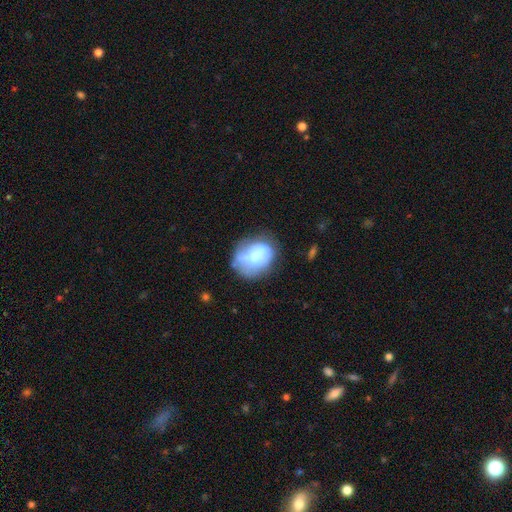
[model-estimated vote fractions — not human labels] A smooth galaxy with no disk features (54%) that is in between round and cigar-shaped (50%).

Vote fractions:
- Smooth or featured? smooth: 54% / featured or disk: 37% / star or artifact: 9%
- How rounded? in between: 50% / round: 49% / cigar-shaped: 1%
- Merging? none: 42% / minor disturbance: 25% / major disturbance: 17% / merger: 16%